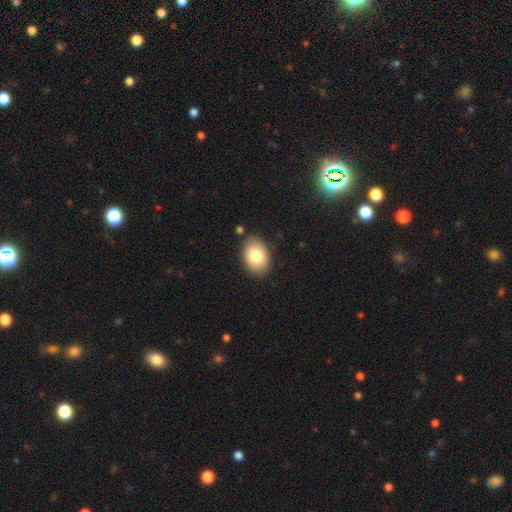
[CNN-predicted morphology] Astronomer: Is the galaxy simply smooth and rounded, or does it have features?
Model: smooth — 81%.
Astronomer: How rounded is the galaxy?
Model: in between — 84%.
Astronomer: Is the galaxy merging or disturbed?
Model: none — 85%.